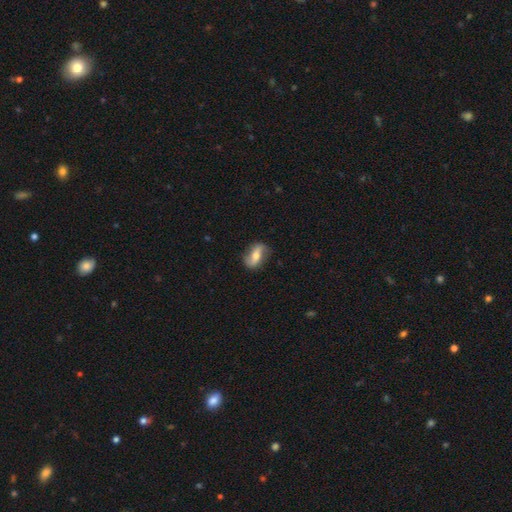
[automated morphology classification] Q: Smooth or featured?
A: featured or disk (61%); runner-up: smooth (32%)
Q: Edge-on disk?
A: no (88%); runner-up: yes (12%)
Q: Bar?
A: strong (42%); runner-up: weak (30%)
Q: Spiral arms?
A: yes (80%); runner-up: no (20%)
Q: Bulge size?
A: moderate (62%); runner-up: small (28%)
Q: Merging?
A: none (78%); runner-up: minor disturbance (16%)